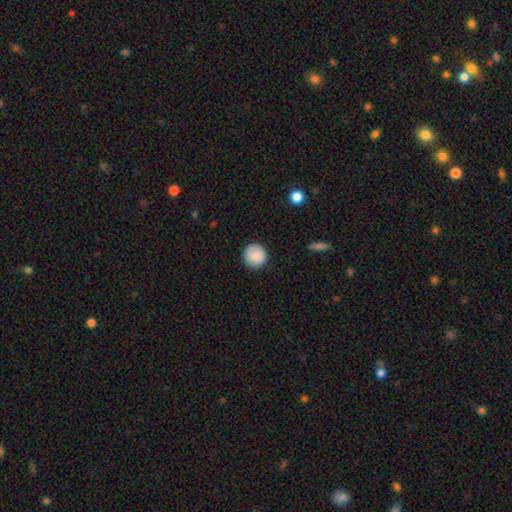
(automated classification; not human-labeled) Smooth or featured?
  - smooth: 87% *
  - star or artifact: 7%
  - featured or disk: 6%
How rounded?
  - round: 94% *
  - in between: 5%
  - cigar-shaped: 1%
Merging?
  - none: 90% *
  - minor disturbance: 7%
  - major disturbance: 2%
  - merger: 1%